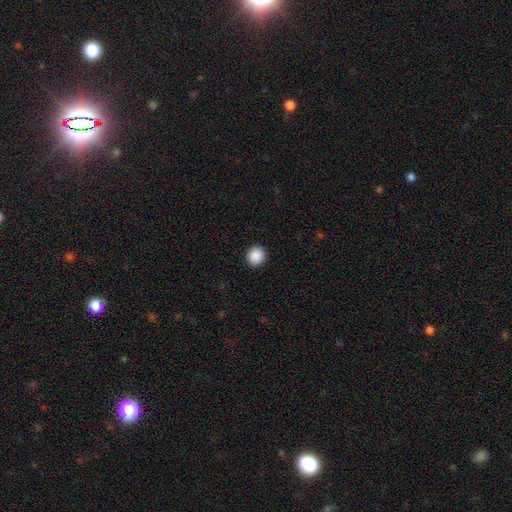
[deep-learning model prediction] Smooth or featured? Predicted: smooth (p=0.89). How rounded? Predicted: round (p=0.91). Merging? Predicted: none (p=0.93).